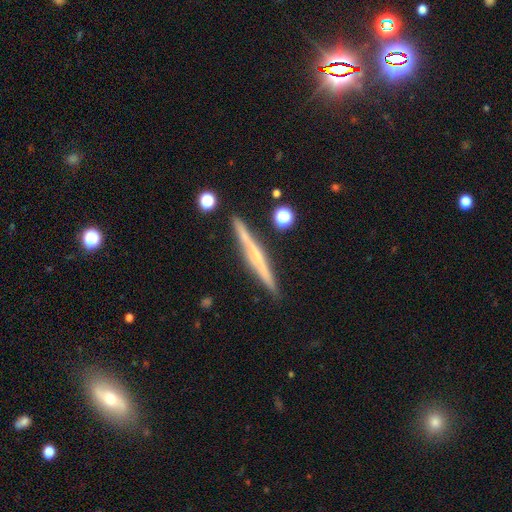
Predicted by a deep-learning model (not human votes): This is likely a featured or disk galaxy (64%). It is clearly viewed edge-on (98%). Edge-on bulge: possibly none (55%). Merging: clearly none (88%).